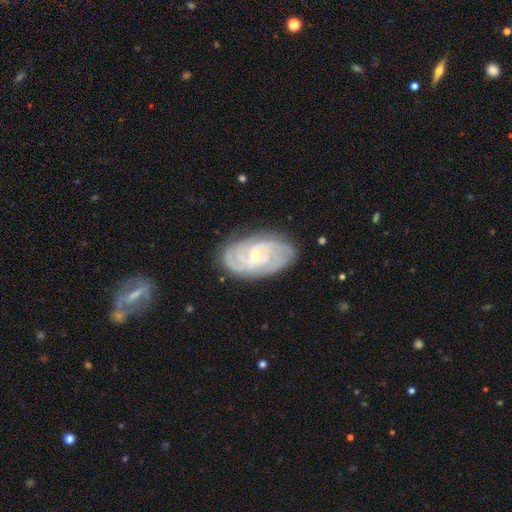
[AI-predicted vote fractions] Overall: featured or disk (85%). Edge-on disk: no (96%). Bar: no (51%; weak 40%). Spiral arms: yes (97%). Spiral arm count: can't tell (27%; 3 21%). Spiral winding: tight (71%). Bulge size: small (71%). Merging: none (80%).